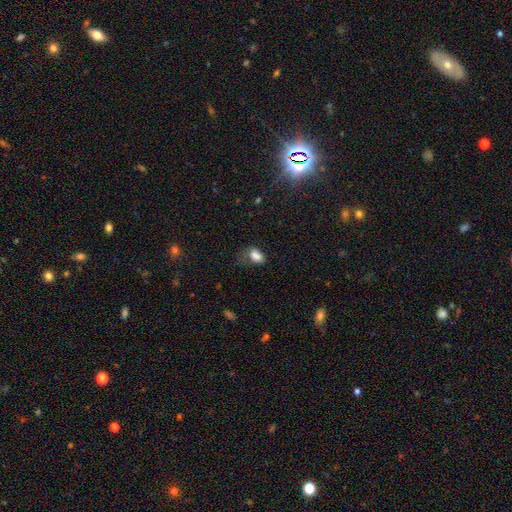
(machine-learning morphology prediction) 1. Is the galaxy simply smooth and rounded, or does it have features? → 80% smooth, 11% star or artifact, 9% featured or disk.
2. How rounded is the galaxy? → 86% in between, 12% round, 2% cigar-shaped.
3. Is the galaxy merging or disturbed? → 32% none, 31% major disturbance, 31% minor disturbance, 6% merger.